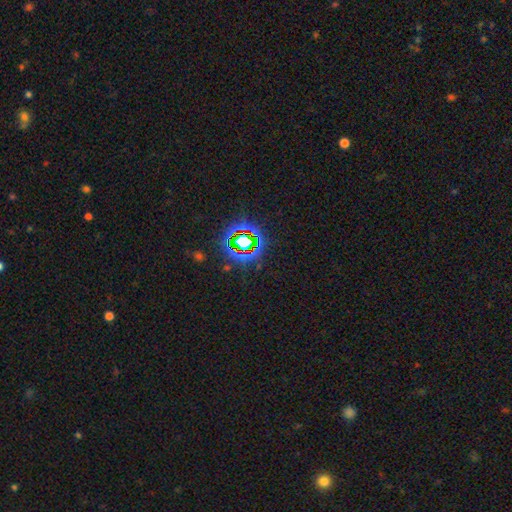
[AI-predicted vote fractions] Smooth or featured?
  - star or artifact: 77% *
  - smooth: 13%
  - featured or disk: 10%